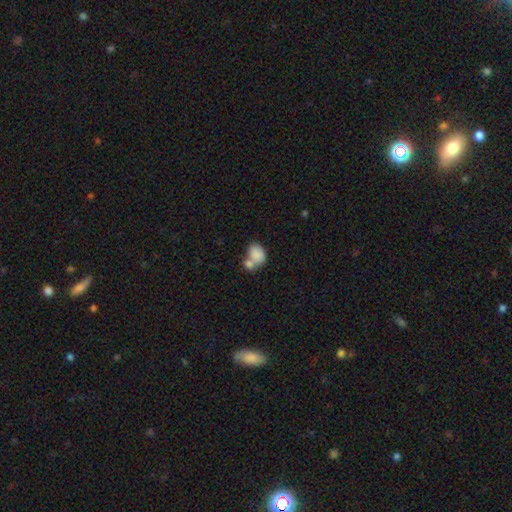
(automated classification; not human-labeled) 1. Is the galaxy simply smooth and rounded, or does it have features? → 82% smooth, 10% featured or disk, 8% star or artifact.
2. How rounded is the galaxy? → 72% in between, 27% round, 1% cigar-shaped.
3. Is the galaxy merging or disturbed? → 54% merger, 29% none, 11% minor disturbance, 6% major disturbance.